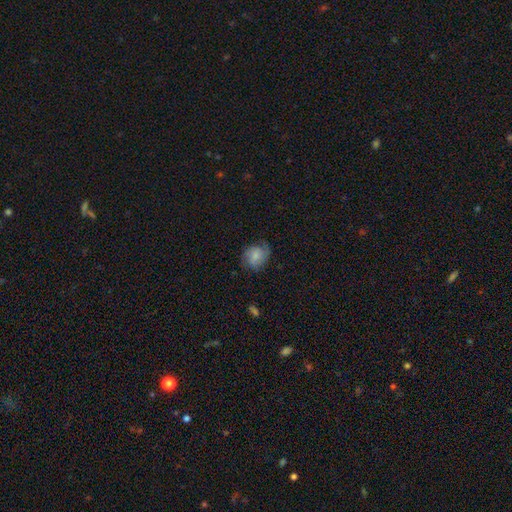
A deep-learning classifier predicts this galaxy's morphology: Smooth or featured: smooth — 58% (featured or disk — 33%)
How rounded: round — 54% (in between — 45%)
Merging: none — 62% (minor disturbance — 26%)